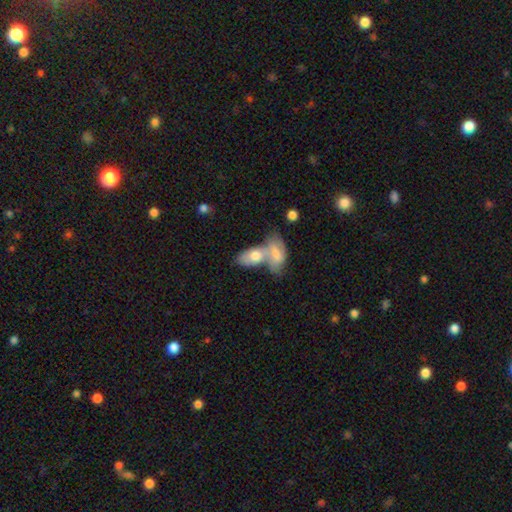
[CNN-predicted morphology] Smooth or featured? Predicted: smooth (p=0.69). How rounded? Predicted: in between (p=0.91). Merging? Predicted: merger (p=0.69).